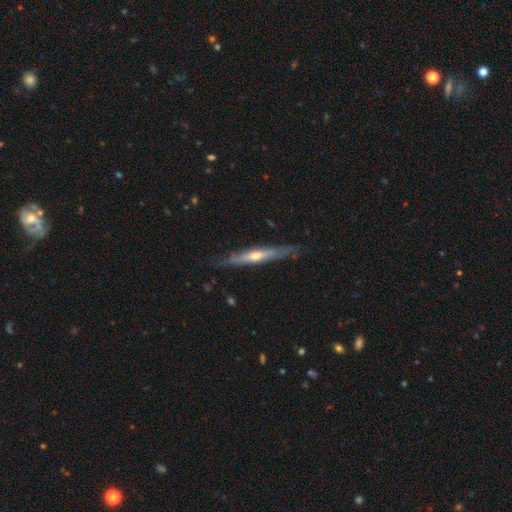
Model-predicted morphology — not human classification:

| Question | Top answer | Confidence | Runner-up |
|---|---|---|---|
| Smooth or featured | featured or disk | 62% | smooth (33%) |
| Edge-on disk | yes | 84% | no (16%) |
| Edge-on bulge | rounded | 72% | none (24%) |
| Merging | none | 78% | minor disturbance (17%) |